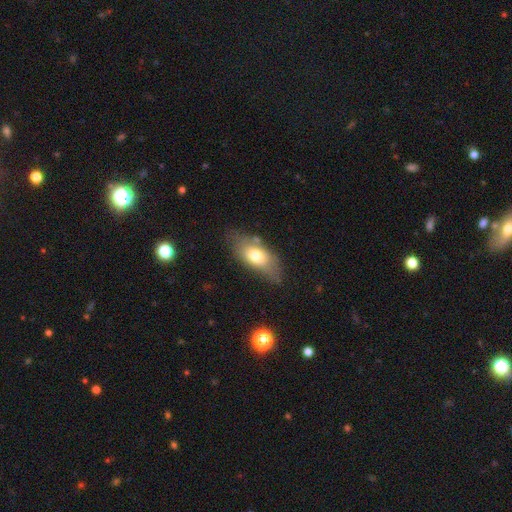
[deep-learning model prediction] Smooth or featured: smooth — 69% (featured or disk — 24%)
How rounded: in between — 85% (cigar-shaped — 10%)
Merging: none — 68% (minor disturbance — 21%)